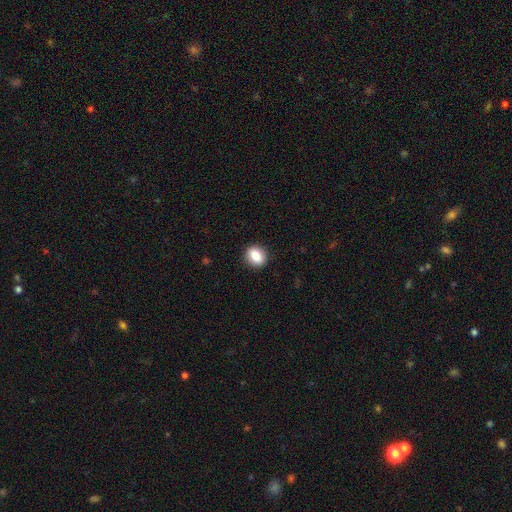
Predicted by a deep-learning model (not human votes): Smooth or featured? Predicted: smooth (p=0.84). How rounded? Predicted: in between (p=0.51). Merging? Predicted: none (p=0.90).